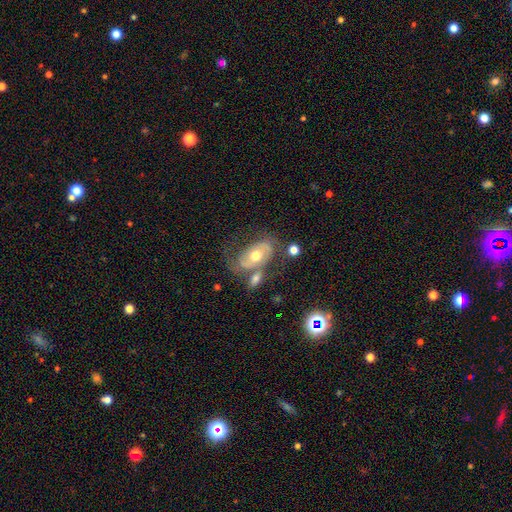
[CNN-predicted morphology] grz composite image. It shows a featured or disk galaxy (67%) with no bar (67%), spiral arms (67%) and a moderate central bulge (75%). Merging: none (46%).